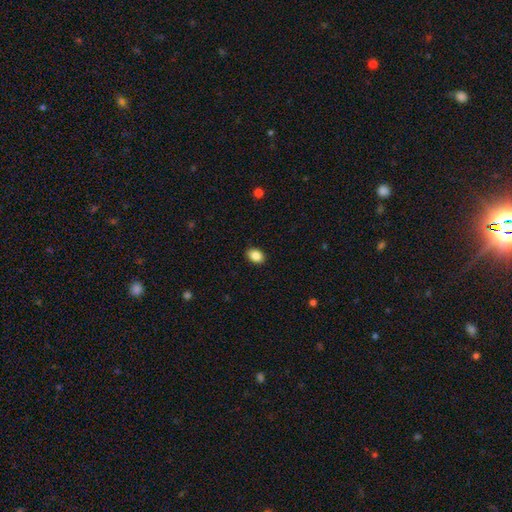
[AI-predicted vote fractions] A smooth galaxy with no disk features (87%) that is in between round and cigar-shaped (72%).

Vote fractions:
- Smooth or featured? smooth: 87% / star or artifact: 9% / featured or disk: 4%
- How rounded? in between: 72% / round: 27% / cigar-shaped: 1%
- Merging? none: 90% / minor disturbance: 7% / major disturbance: 2% / merger: 1%